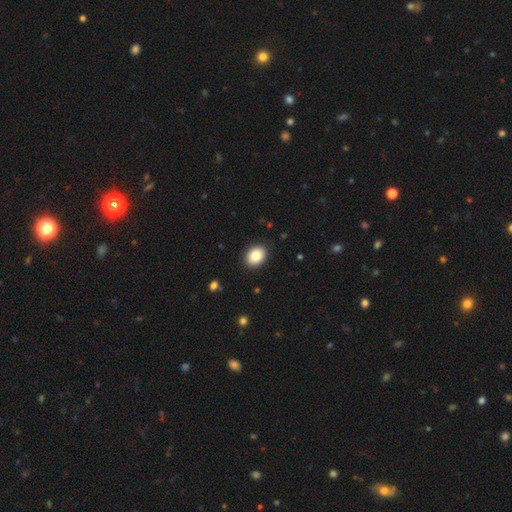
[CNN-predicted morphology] smooth_or_featured: smooth (p=0.85) [alt: star or artifact p=0.08]
how_rounded: in between (p=0.61) [alt: round p=0.38]
merging: none (p=0.90) [alt: minor disturbance p=0.07]